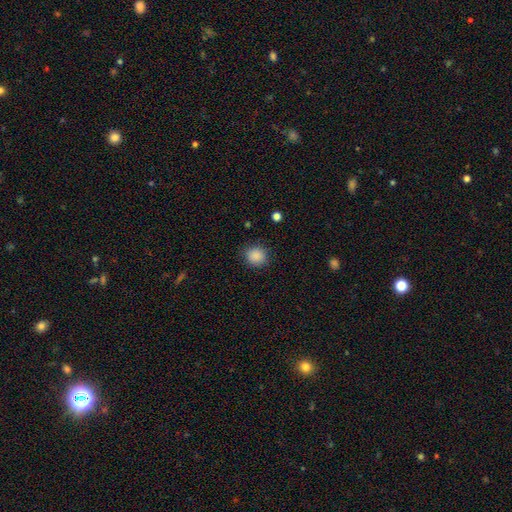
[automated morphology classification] A smooth galaxy with no disk features (88%) that is round (82%).

Vote fractions:
- Smooth or featured? smooth: 88% / star or artifact: 9% / featured or disk: 3%
- How rounded? round: 82% / in between: 17% / cigar-shaped: 1%
- Merging? none: 87% / minor disturbance: 9% / major disturbance: 3% / merger: 1%